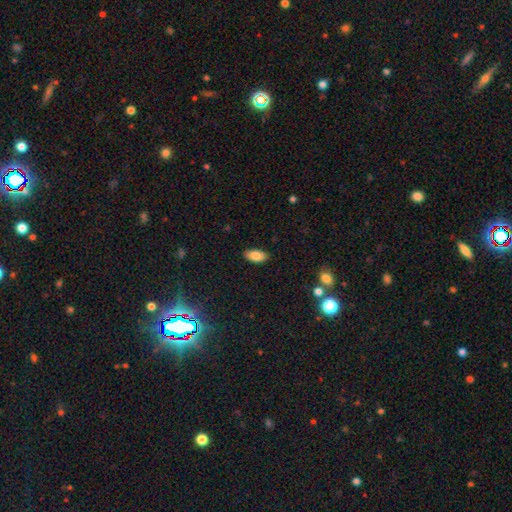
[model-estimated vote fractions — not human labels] smooth 84%, featured or disk 8%, star or artifact 8%. Down the decision tree: how rounded — in between (91%); merging — none (87%).